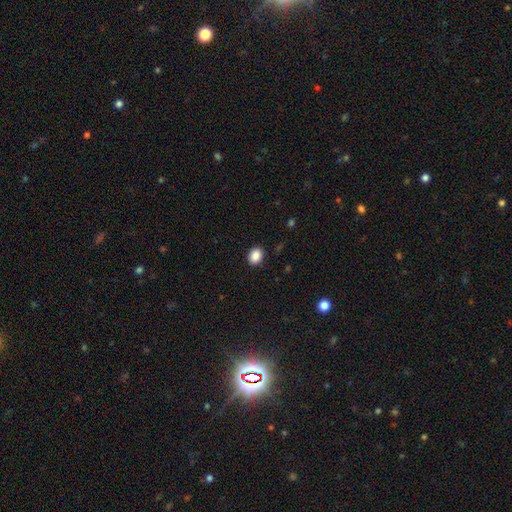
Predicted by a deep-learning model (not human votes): Smooth or featured? Predicted: smooth (p=0.88). How rounded? Predicted: in between (p=0.55). Merging? Predicted: none (p=0.89).